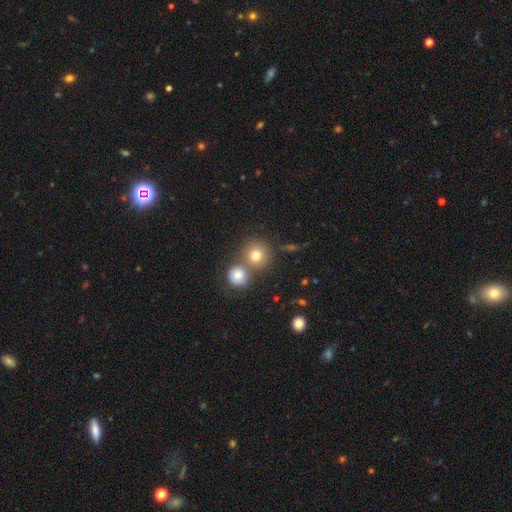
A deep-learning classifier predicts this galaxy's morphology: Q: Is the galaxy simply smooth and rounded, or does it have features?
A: smooth — 76%.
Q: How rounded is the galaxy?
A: round — 90%.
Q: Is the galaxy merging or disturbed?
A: none — 59%.